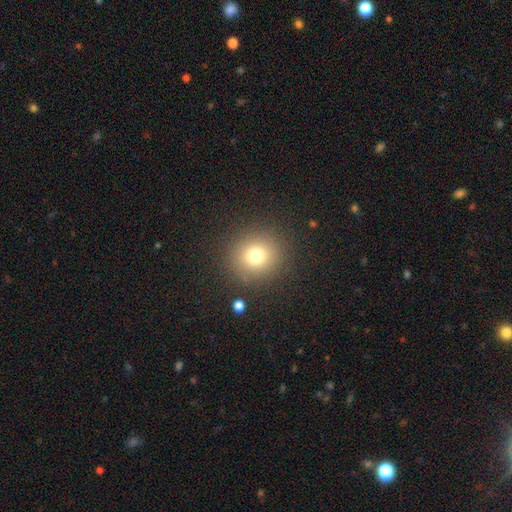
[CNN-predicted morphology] smooth_or_featured: smooth (p=0.76) [alt: star or artifact p=0.15]
how_rounded: round (p=0.90) [alt: in between p=0.09]
merging: none (p=0.88) [alt: minor disturbance p=0.07]